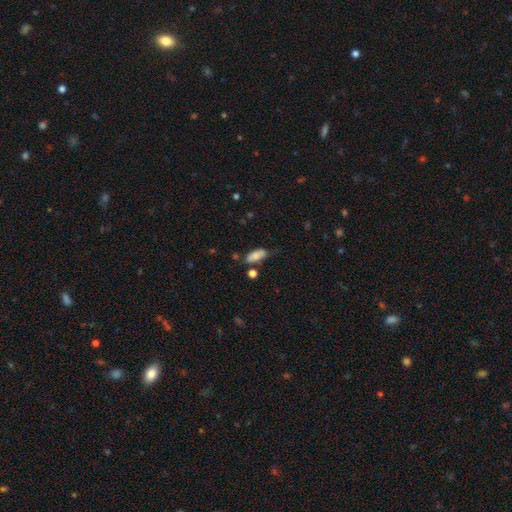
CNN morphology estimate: A smooth galaxy with no disk features (81%) that is in between round and cigar-shaped (85%).

Vote fractions:
- Smooth or featured? smooth: 81% / featured or disk: 11% / star or artifact: 7%
- How rounded? in between: 85% / cigar-shaped: 13% / round: 3%
- Merging? none: 63% / minor disturbance: 23% / merger: 8% / major disturbance: 6%